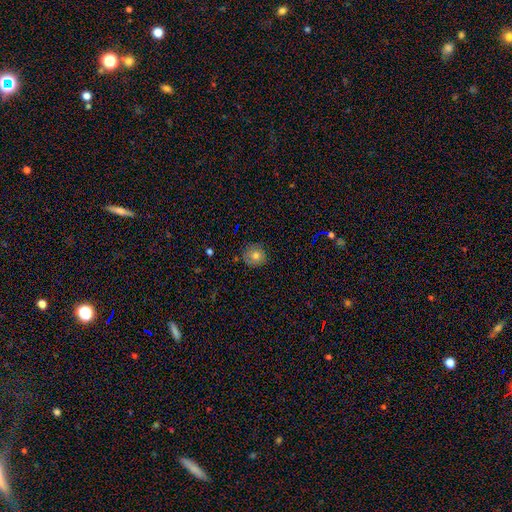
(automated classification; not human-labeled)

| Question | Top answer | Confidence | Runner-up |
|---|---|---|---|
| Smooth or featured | smooth | 72% | featured or disk (15%) |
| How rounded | round | 91% | in between (8%) |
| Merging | none | 82% | minor disturbance (14%) |